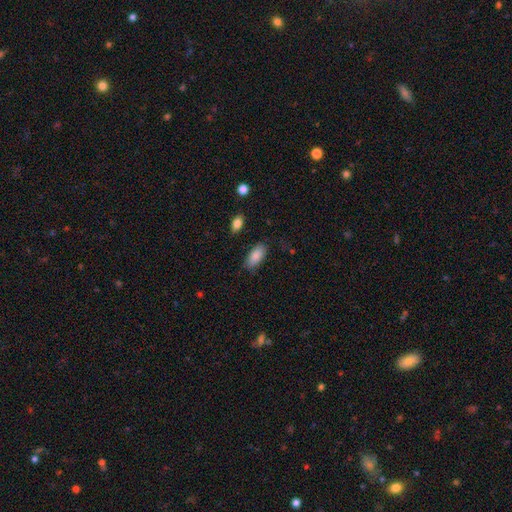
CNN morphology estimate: smooth-or-featured: smooth: 86% | featured or disk: 7% | star or artifact: 7%
  how-rounded: in between: 88% | cigar-shaped: 10% | round: 2%
  merging: none: 81% | minor disturbance: 14% | major disturbance: 3% | merger: 2%